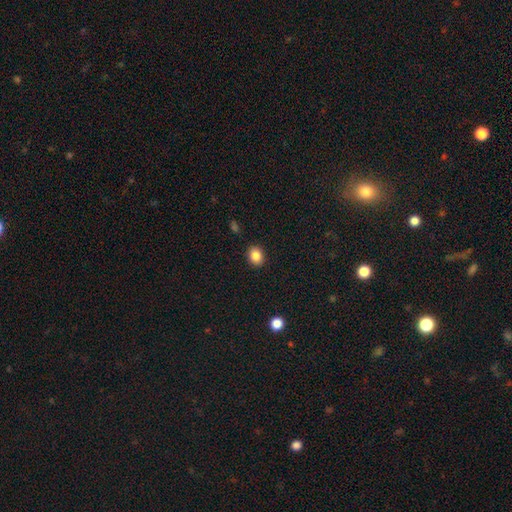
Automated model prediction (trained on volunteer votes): This appears to be a smooth galaxy with no disk features (86%) that is round (50%). Merging: none (90%).